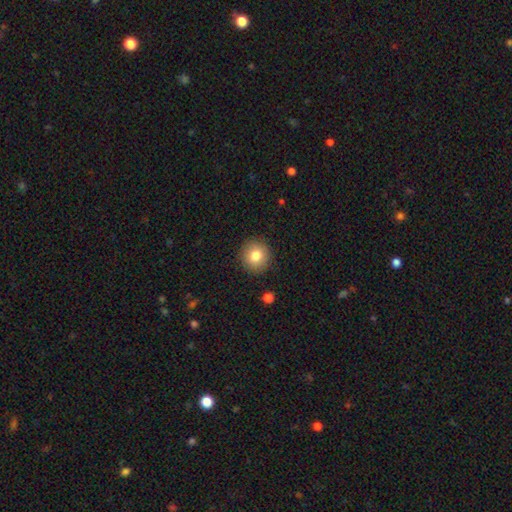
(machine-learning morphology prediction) Q: Smooth or featured?
A: smooth (81%); runner-up: star or artifact (10%)
Q: How rounded?
A: round (92%); runner-up: in between (7%)
Q: Merging?
A: none (91%); runner-up: minor disturbance (6%)